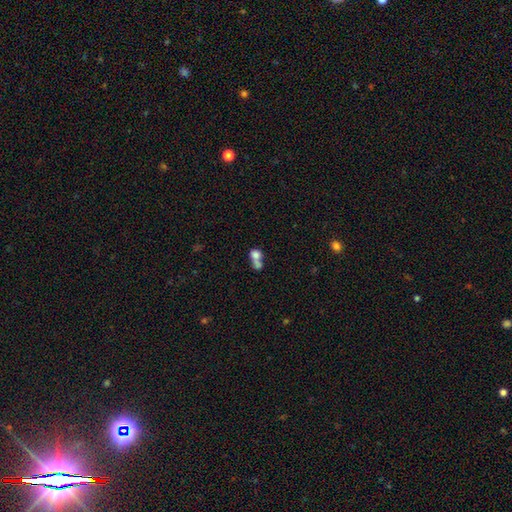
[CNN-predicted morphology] Smooth or featured? Predicted: smooth (p=0.74). How rounded? Predicted: round (p=0.53). Merging? Predicted: merger (p=0.68).